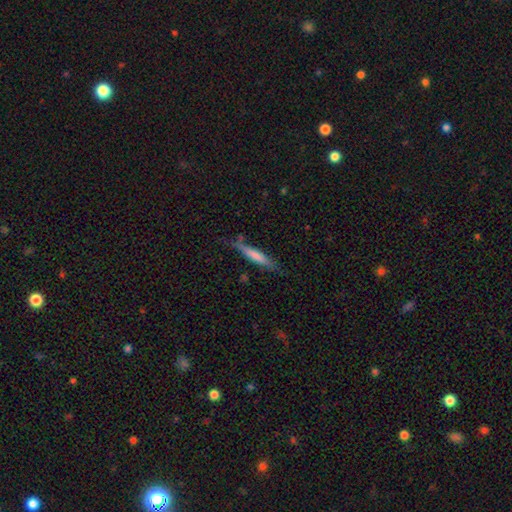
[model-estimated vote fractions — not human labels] This appears to be a smooth galaxy with no disk features (65%) that is cigar-shaped (90%). Merging: none (69%).